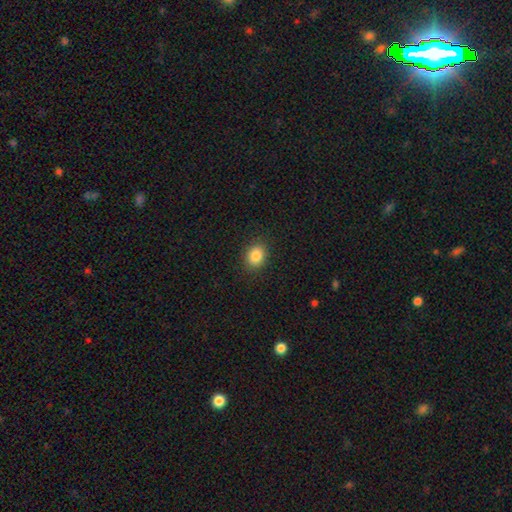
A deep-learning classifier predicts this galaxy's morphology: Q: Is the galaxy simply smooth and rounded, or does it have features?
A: smooth — 86%.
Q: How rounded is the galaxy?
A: in between — 52%.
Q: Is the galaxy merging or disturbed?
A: none — 89%.